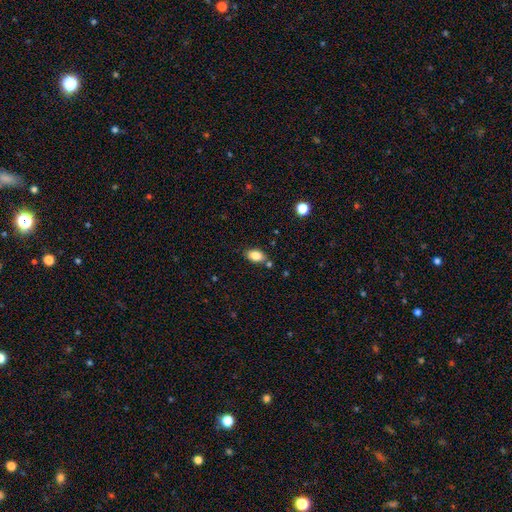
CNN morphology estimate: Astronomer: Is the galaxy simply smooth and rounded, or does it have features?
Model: smooth — 85%.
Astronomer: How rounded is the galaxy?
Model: in between — 89%.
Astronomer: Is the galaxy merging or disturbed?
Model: none — 77%.